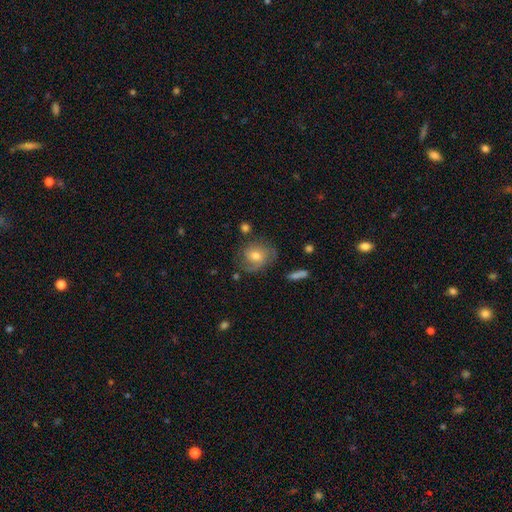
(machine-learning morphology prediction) Smooth or featured? featured or disk (49%)
Merging? none (62%)